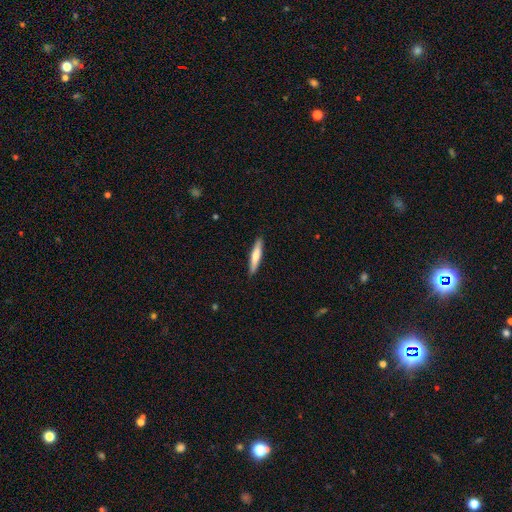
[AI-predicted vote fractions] Smooth or featured?
  - smooth: 60% *
  - featured or disk: 35%
  - star or artifact: 5%
How rounded?
  - cigar-shaped: 88% *
  - in between: 10%
  - round: 1%
Merging?
  - none: 90% *
  - minor disturbance: 8%
  - major disturbance: 1%
  - merger: 1%